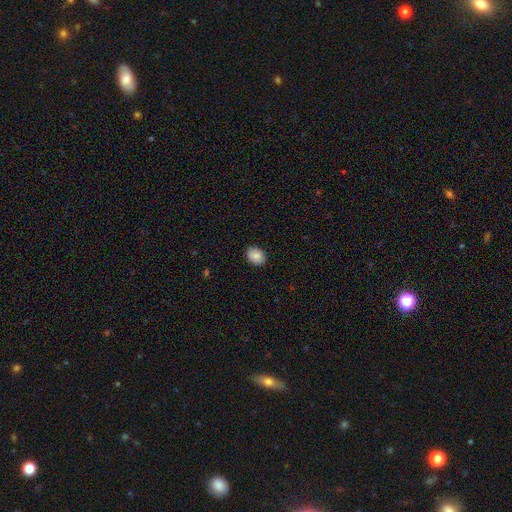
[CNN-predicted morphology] Smooth or featured: smooth — 87% (star or artifact — 8%)
How rounded: in between — 62% (round — 37%)
Merging: none — 88% (minor disturbance — 9%)